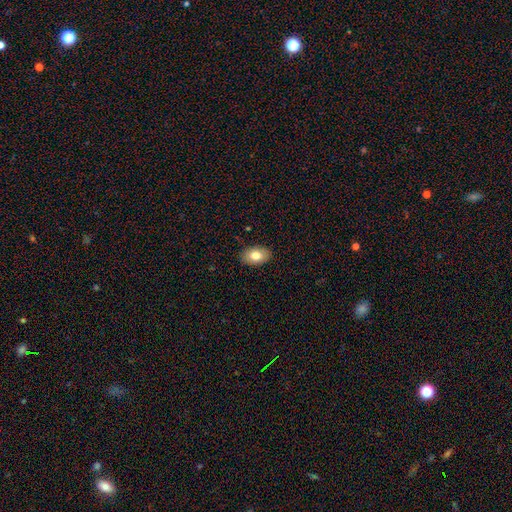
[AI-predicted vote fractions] Smooth or featured?
  - smooth: 77% *
  - featured or disk: 16%
  - star or artifact: 7%
How rounded?
  - in between: 89% *
  - round: 10%
  - cigar-shaped: 1%
Merging?
  - none: 88% *
  - minor disturbance: 9%
  - major disturbance: 2%
  - merger: 1%